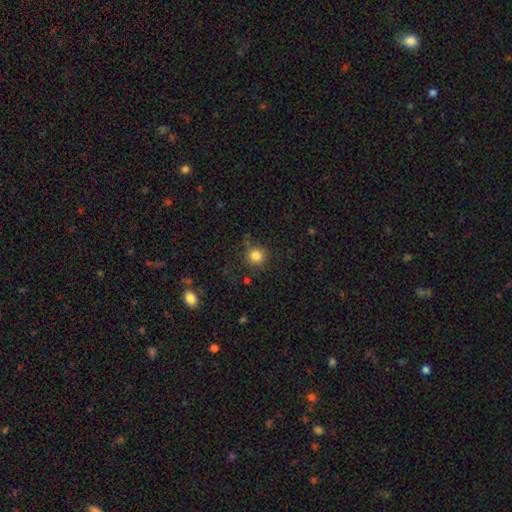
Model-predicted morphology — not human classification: The model was most divided on "smooth or featured": smooth: 84%, star or artifact: 12%, featured or disk: 5%. More confident: how rounded — round (94%); merging — none (84%).